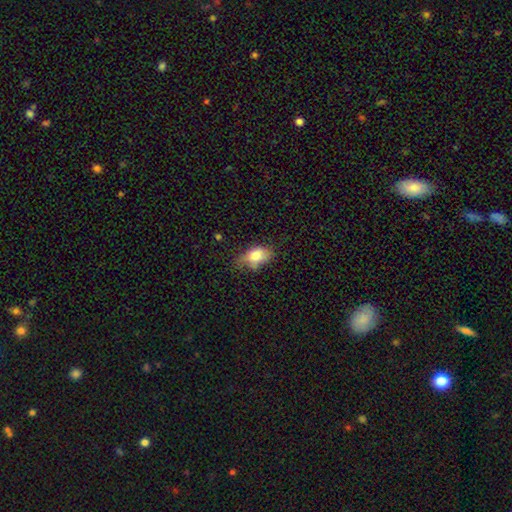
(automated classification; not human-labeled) smooth 79%, featured or disk 13%, star or artifact 8%. Down the decision tree: how rounded — in between (88%); merging — none (45%).